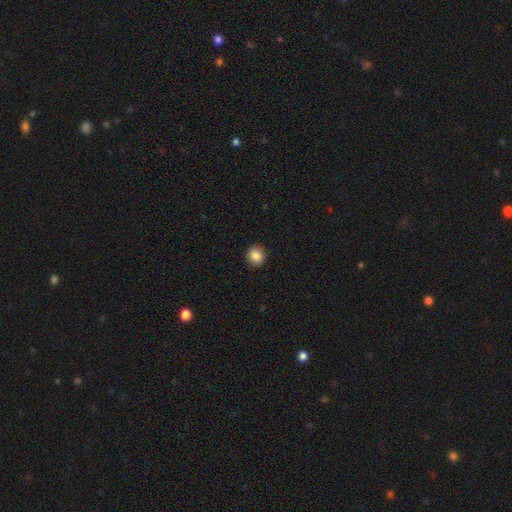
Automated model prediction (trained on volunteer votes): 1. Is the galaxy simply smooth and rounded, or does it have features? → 87% smooth, 9% star or artifact, 4% featured or disk.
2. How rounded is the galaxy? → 86% round, 13% in between, 1% cigar-shaped.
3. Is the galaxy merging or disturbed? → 91% none, 6% minor disturbance, 2% major disturbance, 1% merger.